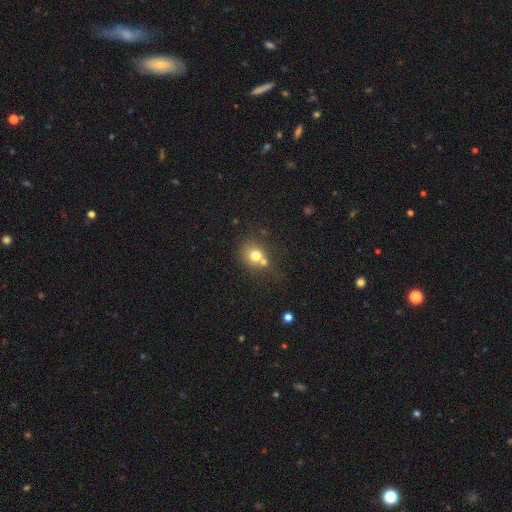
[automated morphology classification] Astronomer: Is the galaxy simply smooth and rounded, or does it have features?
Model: smooth — 72%.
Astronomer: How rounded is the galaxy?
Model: round — 77%.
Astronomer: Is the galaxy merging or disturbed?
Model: none — 44% (runner-up: merger, 39%).